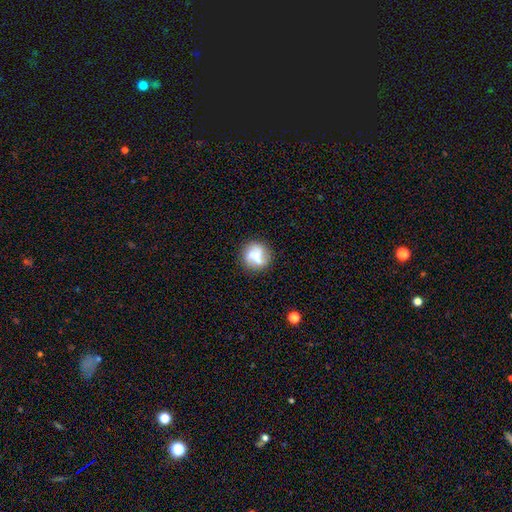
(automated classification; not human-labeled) Overall: featured or disk (45%, tied with smooth). Merging: none (70%).